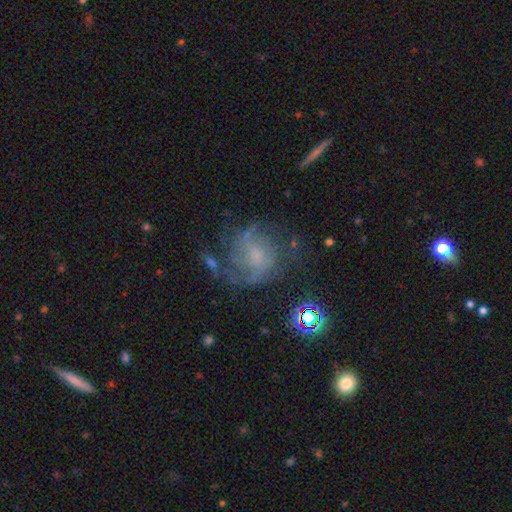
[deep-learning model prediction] Overall: featured or disk (64%). Edge-on disk: no (97%). Bar: no (56%; weak 36%). Spiral arms: yes (80%). Bulge size: small (43%; moderate 26%). Merging: none (55%; major disturbance 21%).